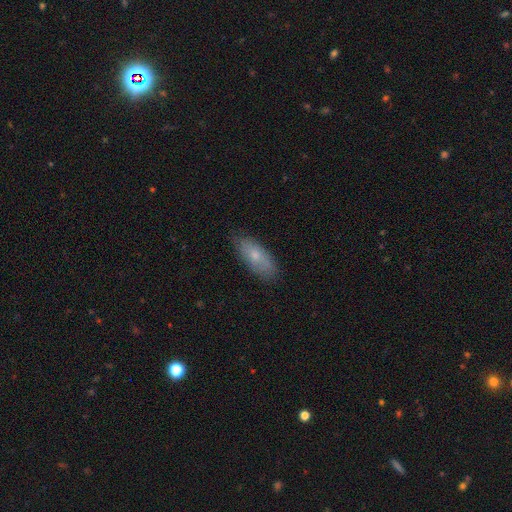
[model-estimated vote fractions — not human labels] Smooth or featured? Predicted: smooth (p=0.66). How rounded? Predicted: in between (p=0.77). Merging? Predicted: none (p=0.79).